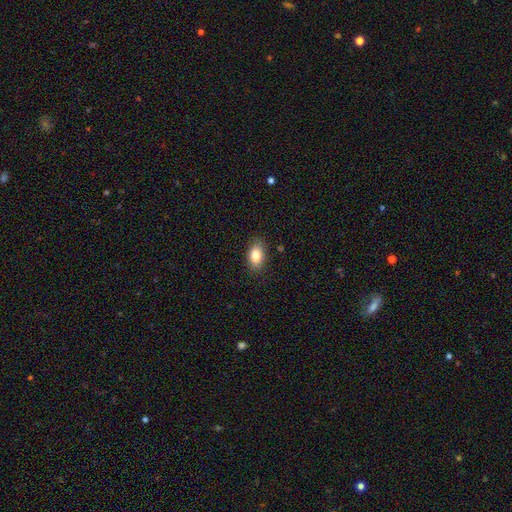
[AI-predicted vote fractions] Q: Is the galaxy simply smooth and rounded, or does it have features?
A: smooth — 84%.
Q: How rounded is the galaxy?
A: in between — 89%.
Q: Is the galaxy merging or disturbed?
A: none — 85%.